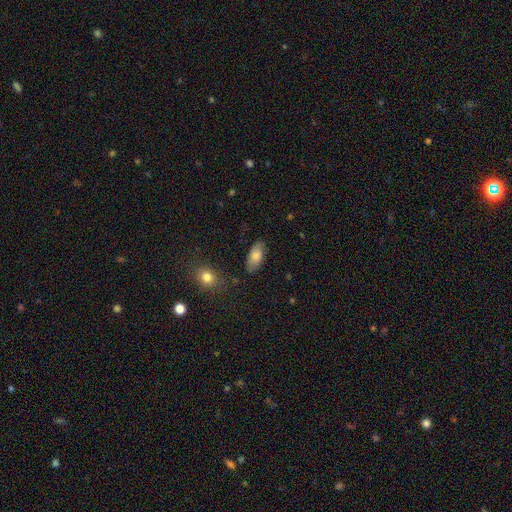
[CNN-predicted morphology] smooth-or-featured: smooth: 80% | featured or disk: 13% | star or artifact: 7%
  how-rounded: in between: 90% | cigar-shaped: 7% | round: 3%
  merging: none: 81% | minor disturbance: 14% | major disturbance: 3% | merger: 2%